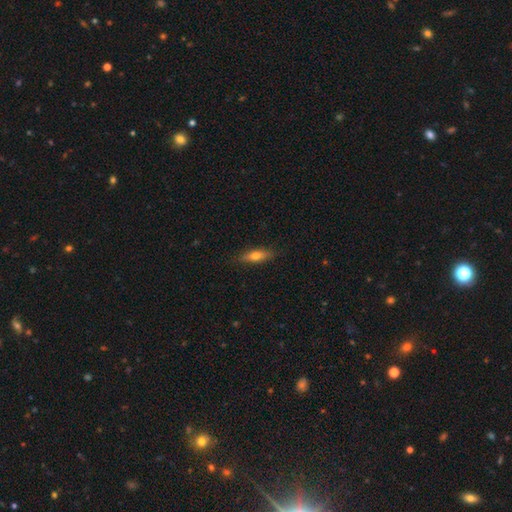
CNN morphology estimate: Smooth or featured? smooth (62%)
How rounded? cigar-shaped (53%)
Merging? none (86%)